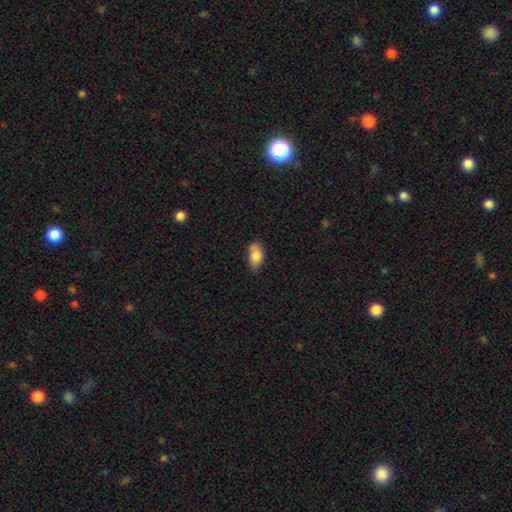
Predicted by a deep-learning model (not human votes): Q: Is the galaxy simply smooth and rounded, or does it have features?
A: smooth — 80%.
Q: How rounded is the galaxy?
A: in between — 89%.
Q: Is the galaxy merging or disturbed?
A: none — 52%.